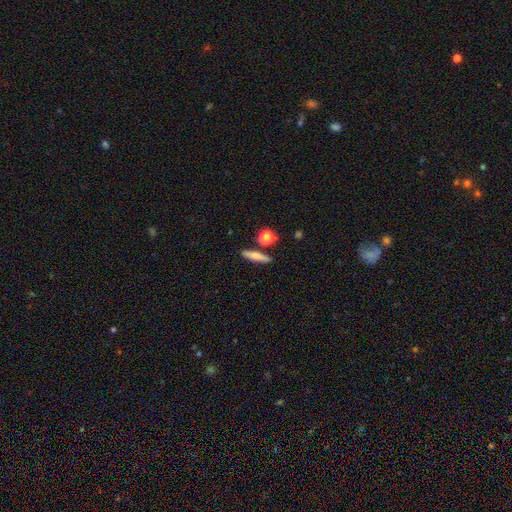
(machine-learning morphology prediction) The model was most divided on "smooth or featured": smooth: 70%, featured or disk: 22%, star or artifact: 8%. More confident: merging — none (82%); how rounded — cigar-shaped (76%).